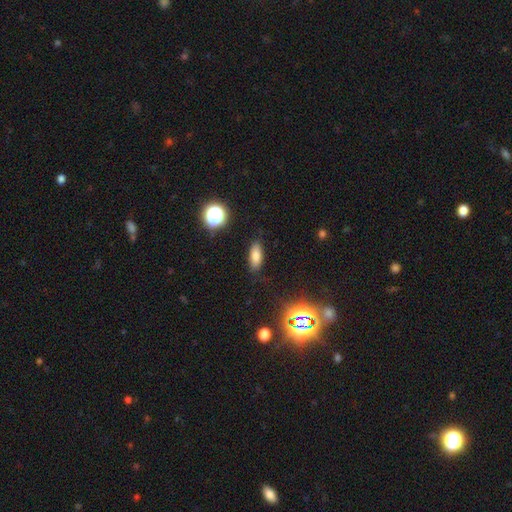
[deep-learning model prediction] Smooth or featured? Predicted: smooth (p=0.77). How rounded? Predicted: in between (p=0.73). Merging? Predicted: none (p=0.85).